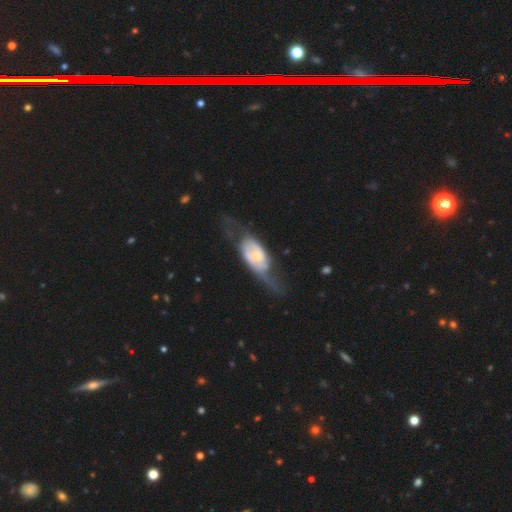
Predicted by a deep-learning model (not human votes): smooth_or_featured: featured or disk (p=0.68) [alt: smooth p=0.27]
disk_edge_on: no (p=0.87) [alt: yes p=0.13]
bar: no (p=0.68) [alt: weak p=0.25]
has_spiral_arms: yes (p=0.65) [alt: no p=0.35]
bulge_size: small (p=0.52) [alt: moderate p=0.39]
merging: major disturbance (p=0.38) [alt: none p=0.35]